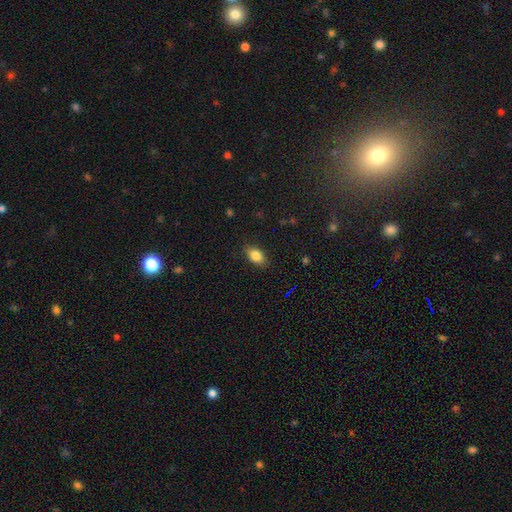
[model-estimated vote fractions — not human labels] Smooth or featured? smooth (84%)
How rounded? in between (87%)
Merging? none (84%)